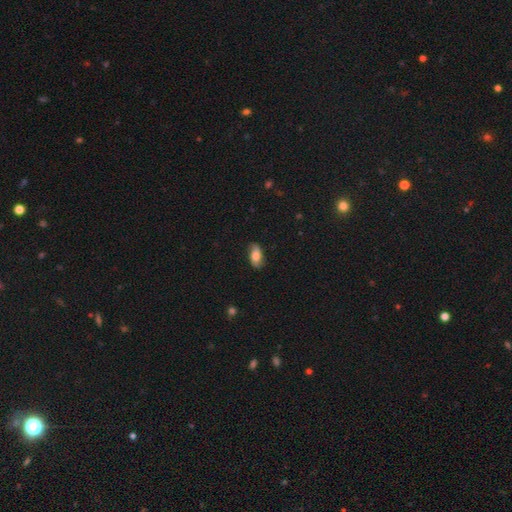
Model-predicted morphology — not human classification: A smooth galaxy with no disk features (60%) that is in between round and cigar-shaped (90%).

Vote fractions:
- Smooth or featured? smooth: 60% / featured or disk: 33% / star or artifact: 8%
- How rounded? in between: 90% / cigar-shaped: 5% / round: 5%
- Merging? none: 78% / minor disturbance: 17% / major disturbance: 4% / merger: 1%